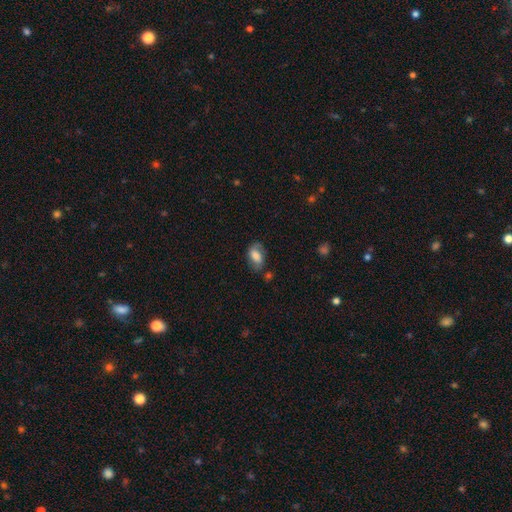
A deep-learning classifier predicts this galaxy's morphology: Overall: smooth (65%; featured or disk 26%). How rounded: in between (89%). Merging: none (57%; minor disturbance 27%).